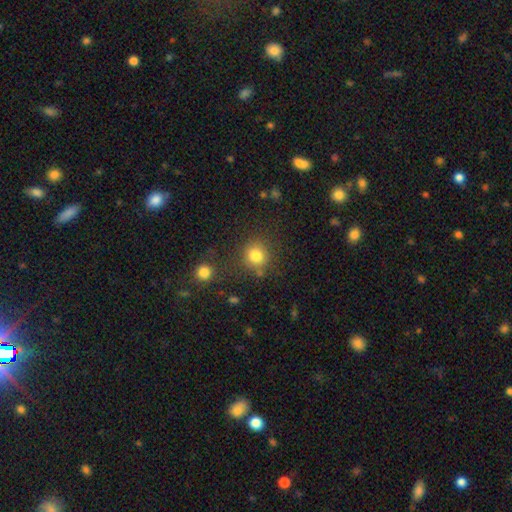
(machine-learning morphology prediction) Smooth or featured: smooth — 81% (star or artifact — 13%)
How rounded: round — 88% (in between — 11%)
Merging: none — 77% (minor disturbance — 11%)